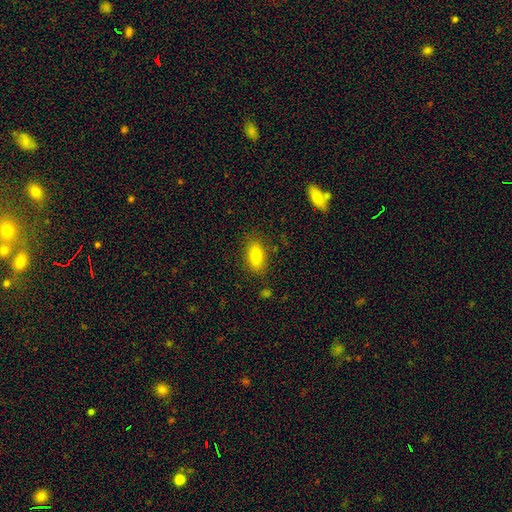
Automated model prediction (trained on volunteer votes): The model was most divided on "smooth or featured": smooth: 79%, featured or disk: 13%, star or artifact: 8%. More confident: how rounded — in between (87%); merging — none (83%).